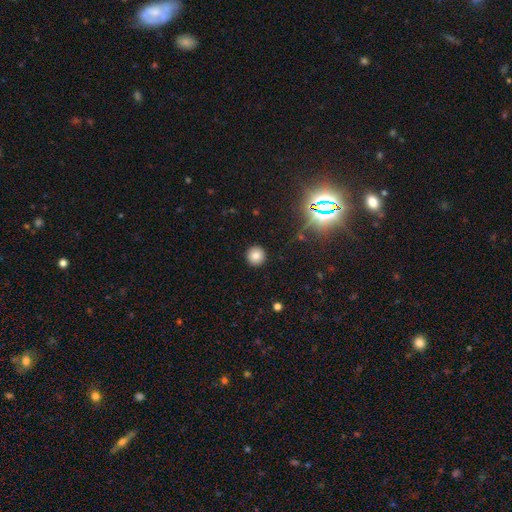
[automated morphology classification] smooth 79%, star or artifact 14%, featured or disk 6%. Down the decision tree: how rounded — round (94%); merging — none (92%).